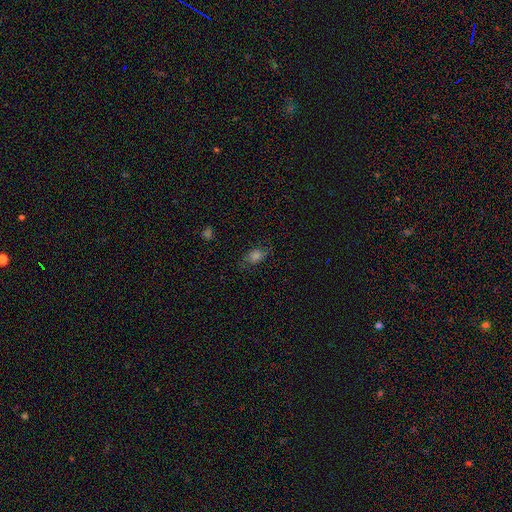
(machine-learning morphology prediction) smooth-or-featured: smooth: 51% | featured or disk: 26% | star or artifact: 23%
  how-rounded: in between: 73% | round: 24% | cigar-shaped: 3%
  merging: none: 70% | minor disturbance: 19% | major disturbance: 9% | merger: 1%